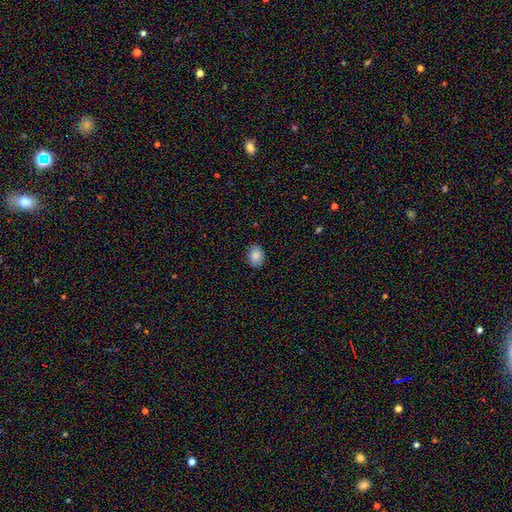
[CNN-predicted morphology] The model was most divided on "how rounded": in between: 69%, round: 30%, cigar-shaped: 1%. More confident: merging — none (88%); smooth or featured — smooth (87%).